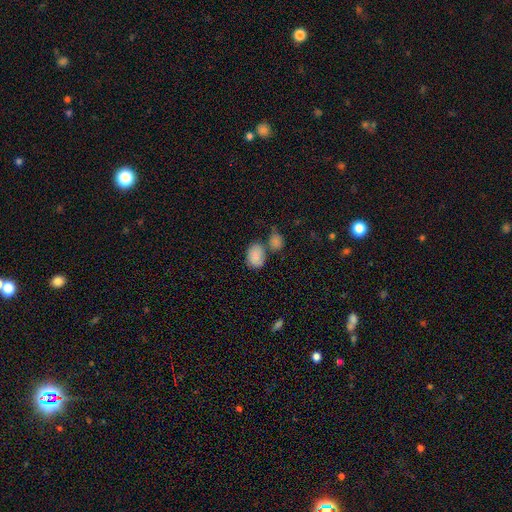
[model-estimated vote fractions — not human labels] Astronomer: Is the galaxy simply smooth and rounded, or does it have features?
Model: smooth — 83%.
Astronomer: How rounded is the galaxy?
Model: in between — 71%.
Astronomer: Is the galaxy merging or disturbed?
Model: none — 45% (runner-up: merger, 30%).